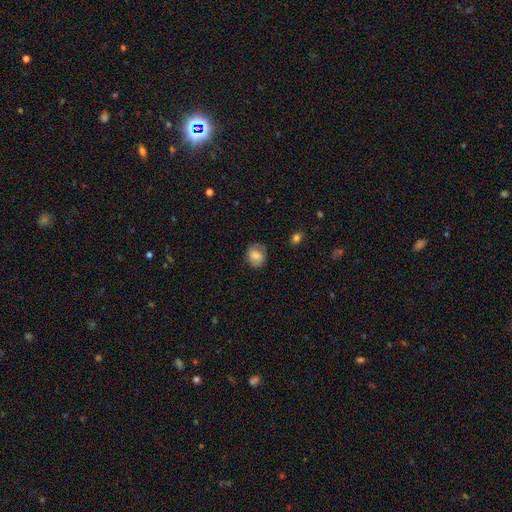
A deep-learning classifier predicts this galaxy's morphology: A smooth galaxy with no disk features (73%) that is round (71%). Merging: none (76%).